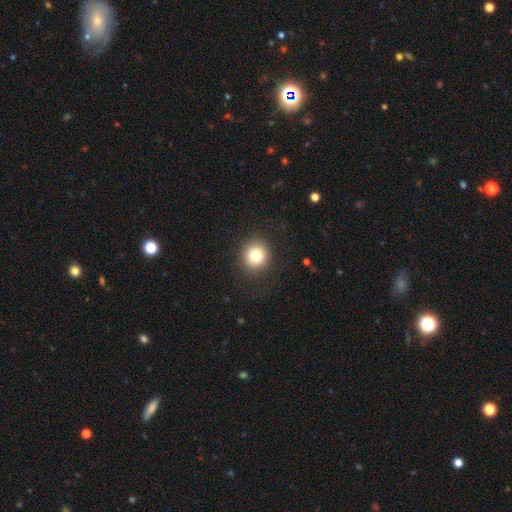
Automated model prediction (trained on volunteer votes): smooth-or-featured: smooth: 80% | star or artifact: 11% | featured or disk: 9%
  how-rounded: round: 86% | in between: 14% | cigar-shaped: 1%
  merging: none: 89% | minor disturbance: 7% | major disturbance: 3% | merger: 1%